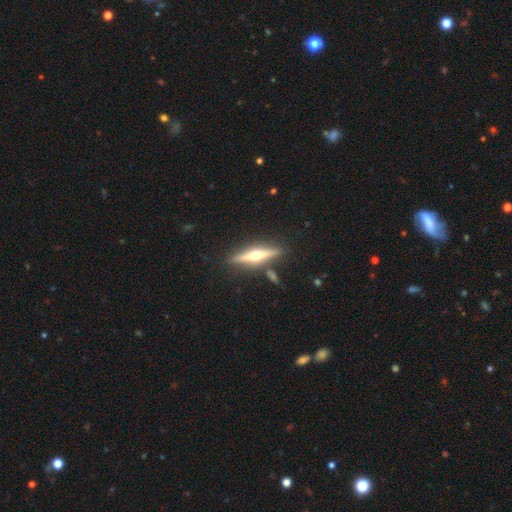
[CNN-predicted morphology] This is likely a featured or disk galaxy (74%). It is clearly viewed edge-on (96%). Edge-on bulge: clearly rounded (94%). Merging: clearly none (83%).